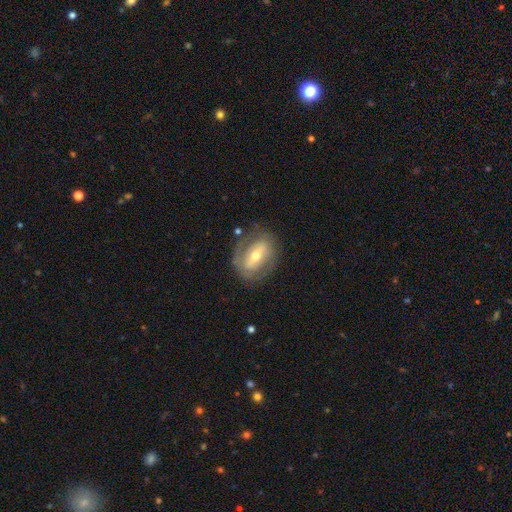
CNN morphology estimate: Overall: featured or disk (60%; smooth 33%). Edge-on disk: no (89%). Bar: strong (42%; weak 30%). Spiral arms: no (61%; yes 39%). Bulge size: moderate (61%; small 33%). Merging: none (73%).